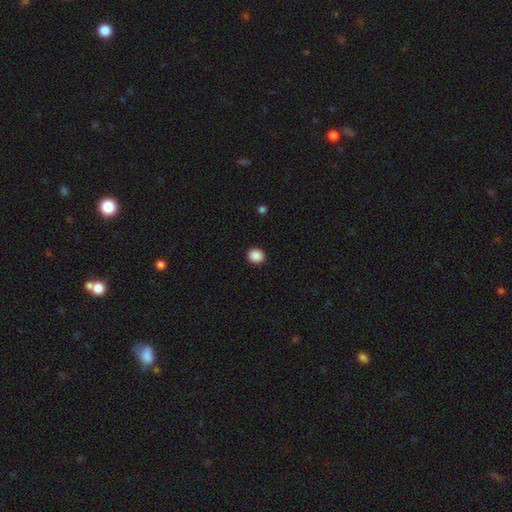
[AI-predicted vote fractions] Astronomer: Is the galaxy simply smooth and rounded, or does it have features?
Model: smooth — 89%.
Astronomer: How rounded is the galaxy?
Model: round — 80%.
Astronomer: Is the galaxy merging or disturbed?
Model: none — 92%.